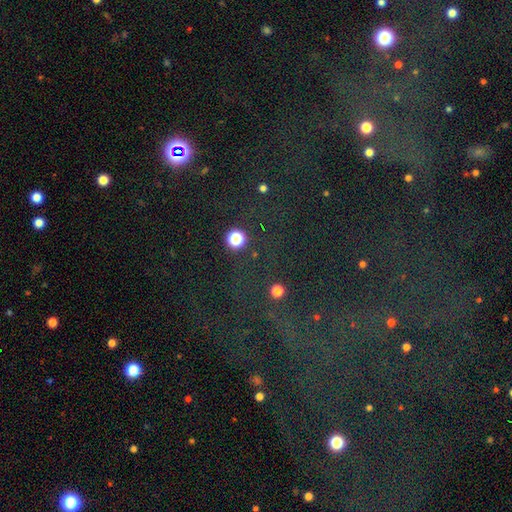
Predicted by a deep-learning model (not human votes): This appears to be a star or artifact, not a galaxy (78%).